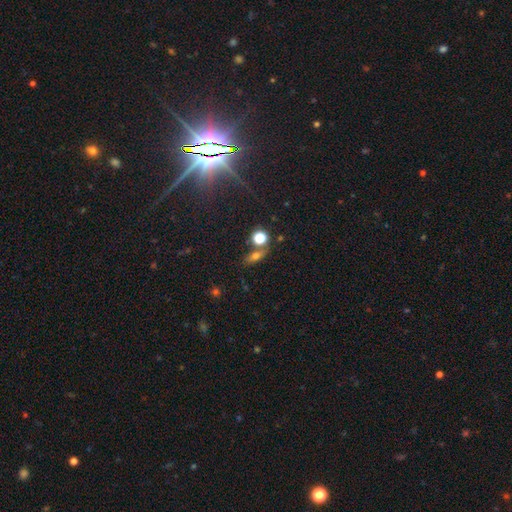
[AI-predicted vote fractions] smooth 64%, star or artifact 18%, featured or disk 18%. Down the decision tree: how rounded — in between (56%); merging — none (59%).